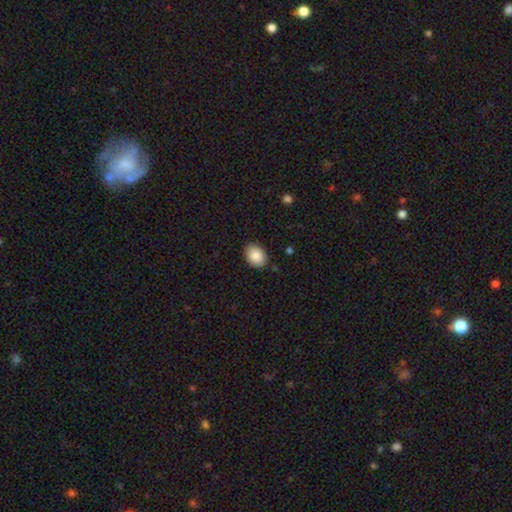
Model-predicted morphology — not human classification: Smooth or featured: smooth — 88% (star or artifact — 7%)
How rounded: in between — 75% (round — 24%)
Merging: none — 88% (minor disturbance — 9%)